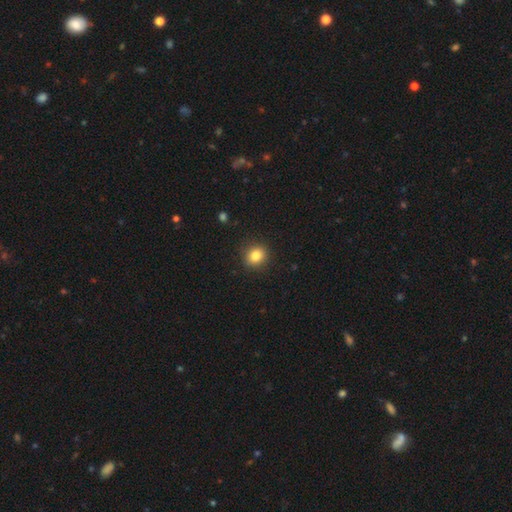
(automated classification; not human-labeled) Smooth or featured? smooth (83%)
How rounded? round (81%)
Merging? none (90%)